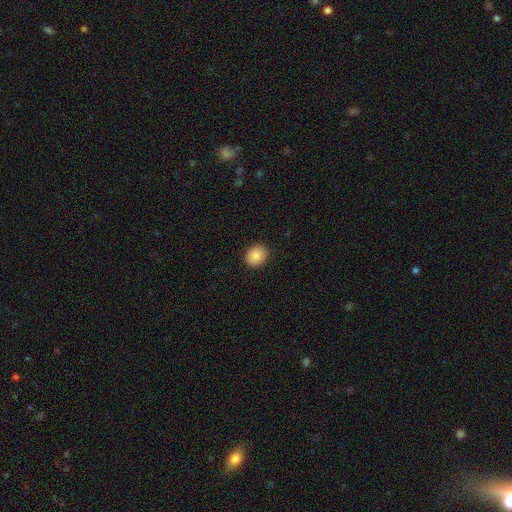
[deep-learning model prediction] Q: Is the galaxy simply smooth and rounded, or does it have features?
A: smooth — 86%.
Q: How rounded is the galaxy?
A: round — 70%.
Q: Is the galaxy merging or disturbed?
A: none — 89%.